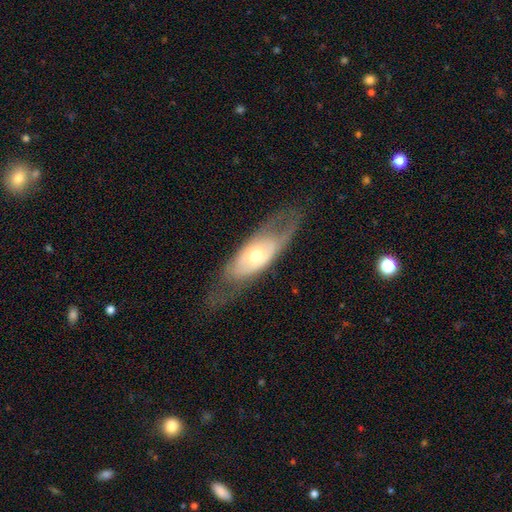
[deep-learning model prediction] Smooth or featured: featured or disk — 61% (smooth — 32%)
Edge-on disk: no — 75% (yes — 25%)
Merging: none — 62% (minor disturbance — 19%)